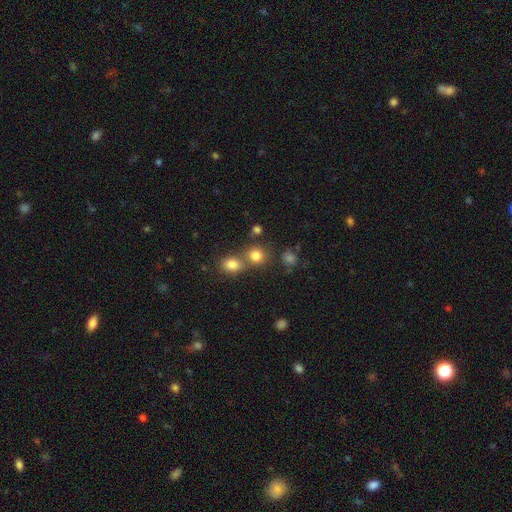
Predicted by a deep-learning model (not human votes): Smooth or featured? smooth (80%)
How rounded? round (80%)
Merging? none (56%)